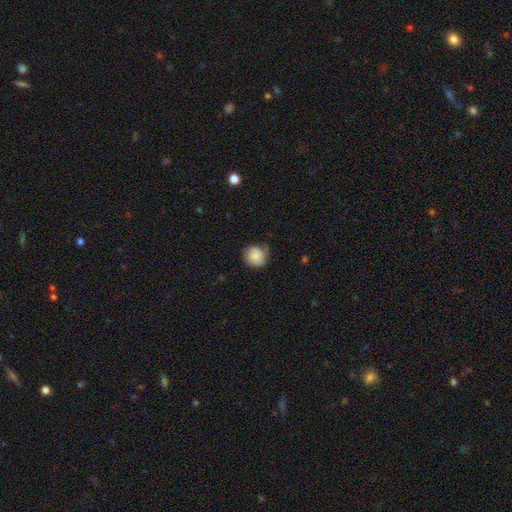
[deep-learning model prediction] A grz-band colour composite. It shows a smooth galaxy with no disk features (87%) that is round (88%). Merging: none (79%).